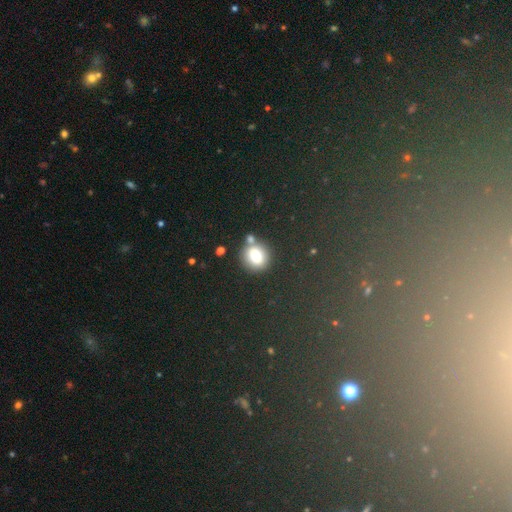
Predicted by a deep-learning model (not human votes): Q: Smooth or featured?
A: smooth (78%); runner-up: star or artifact (11%)
Q: How rounded?
A: round (79%); runner-up: in between (20%)
Q: Merging?
A: none (71%); runner-up: merger (15%)